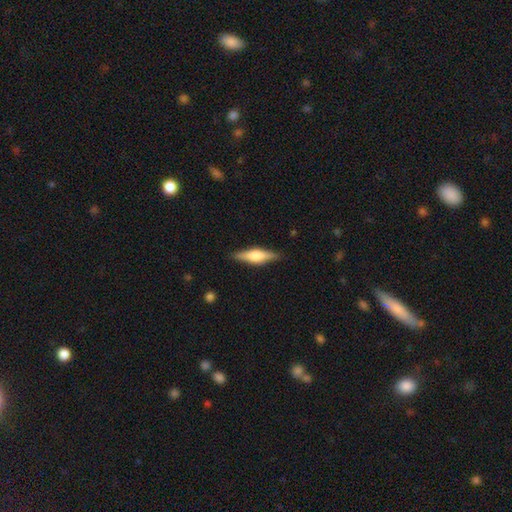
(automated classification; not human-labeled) Q: Smooth or featured?
A: featured or disk (57%); runner-up: smooth (37%)
Q: Edge-on disk?
A: yes (96%); runner-up: no (4%)
Q: Edge-on bulge?
A: rounded (85%); runner-up: boxy (12%)
Q: Merging?
A: none (88%); runner-up: minor disturbance (9%)